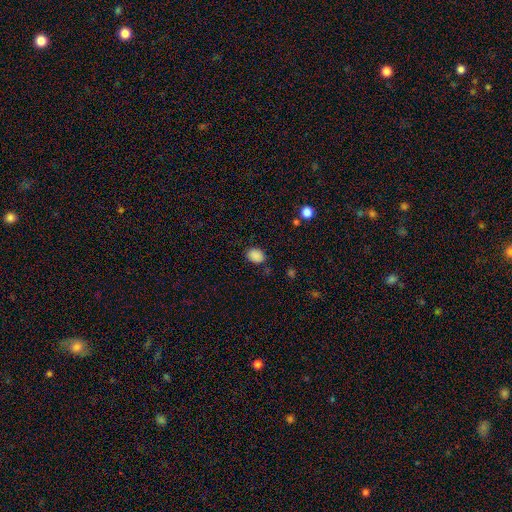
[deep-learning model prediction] Overall: smooth (87%). How rounded: in between (65%; round 34%). Merging: none (80%).